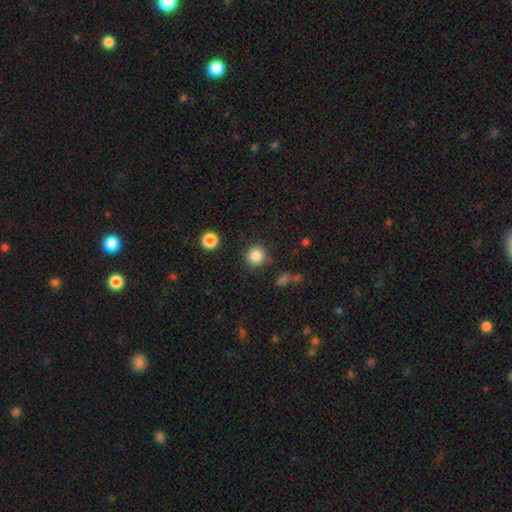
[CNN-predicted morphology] type=smooth (85%); roundness=round (93%); merging=none (86%).